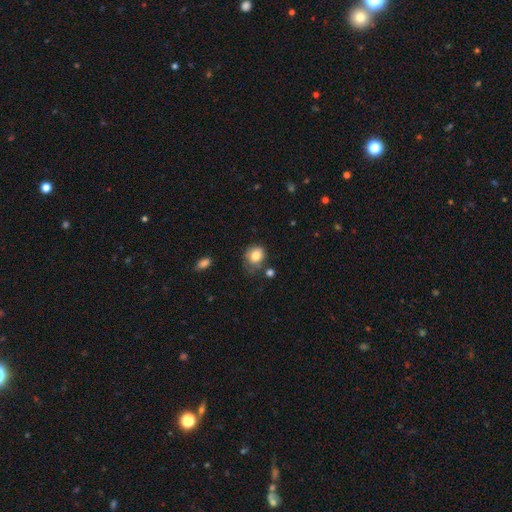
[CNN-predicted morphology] Smooth or featured? Predicted: smooth (p=0.80). How rounded? Predicted: round (p=0.57). Merging? Predicted: none (p=0.54).